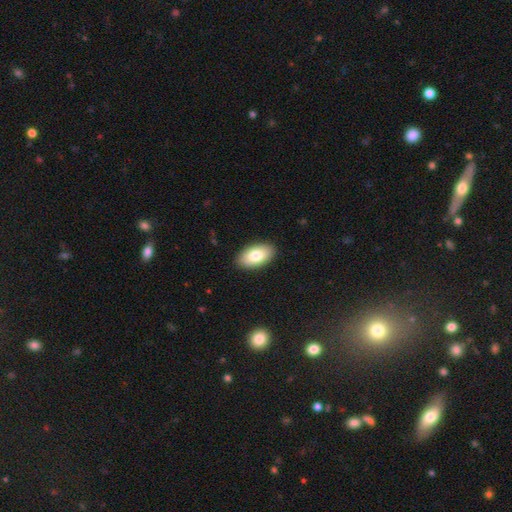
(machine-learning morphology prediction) smooth_or_featured: smooth (p=0.81) [alt: featured or disk p=0.12]
how_rounded: in between (p=0.95) [alt: round p=0.03]
merging: none (p=0.89) [alt: minor disturbance p=0.08]